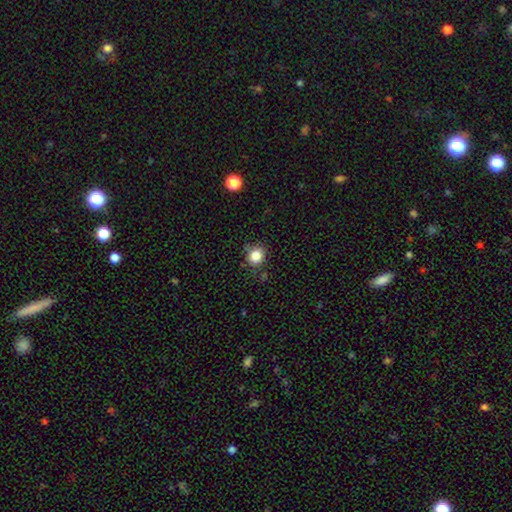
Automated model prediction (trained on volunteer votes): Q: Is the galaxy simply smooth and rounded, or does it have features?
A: smooth — 83%.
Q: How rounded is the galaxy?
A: round — 82%.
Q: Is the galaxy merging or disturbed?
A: none — 79%.